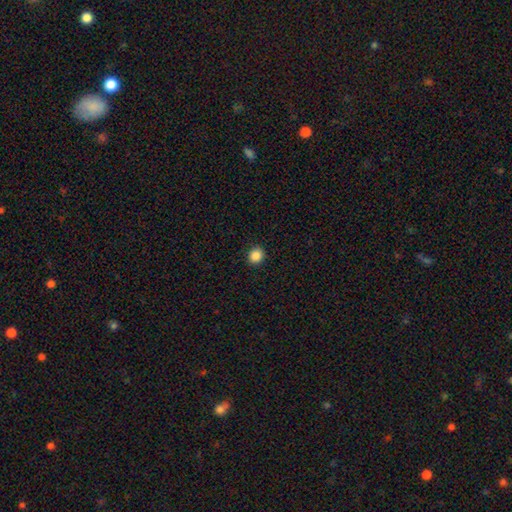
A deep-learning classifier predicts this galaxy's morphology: Smooth or featured? Predicted: smooth (p=0.87). How rounded? Predicted: round (p=0.80). Merging? Predicted: none (p=0.92).